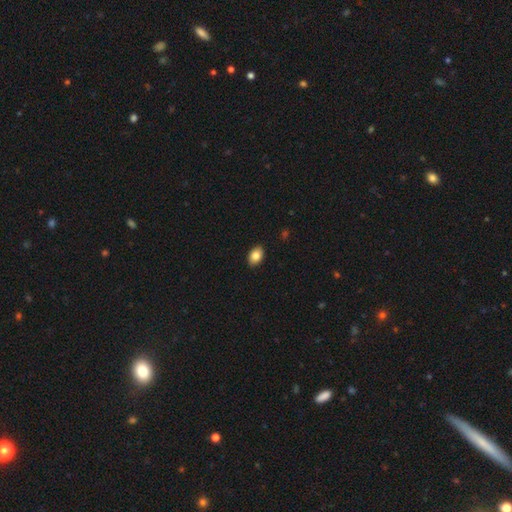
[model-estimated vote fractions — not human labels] Smooth or featured?
  - smooth: 85% *
  - star or artifact: 8%
  - featured or disk: 7%
How rounded?
  - in between: 84% *
  - round: 15%
  - cigar-shaped: 1%
Merging?
  - none: 90% *
  - minor disturbance: 7%
  - major disturbance: 2%
  - merger: 1%